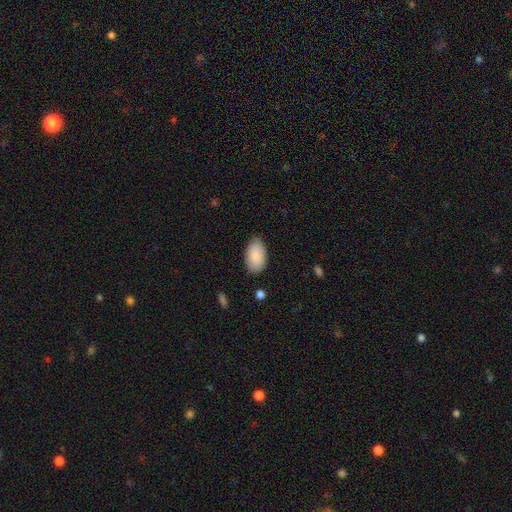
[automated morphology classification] This is clearly a smooth galaxy (88%). How rounded: clearly in between (95%). Merging: clearly none (83%).